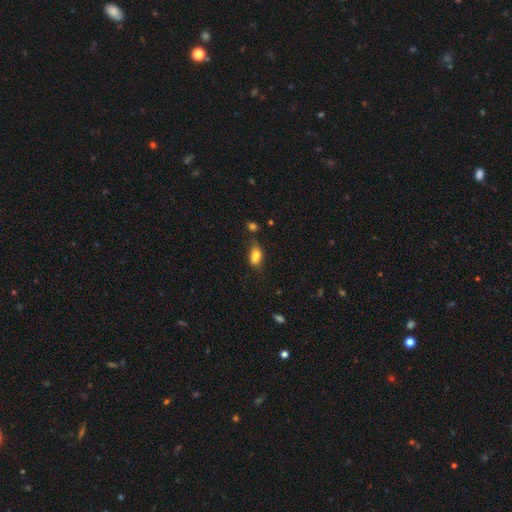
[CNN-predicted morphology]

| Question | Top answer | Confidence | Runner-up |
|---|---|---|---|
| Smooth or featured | smooth | 80% | featured or disk (11%) |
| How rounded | in between | 86% | round (7%) |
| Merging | none | 58% | minor disturbance (26%) |